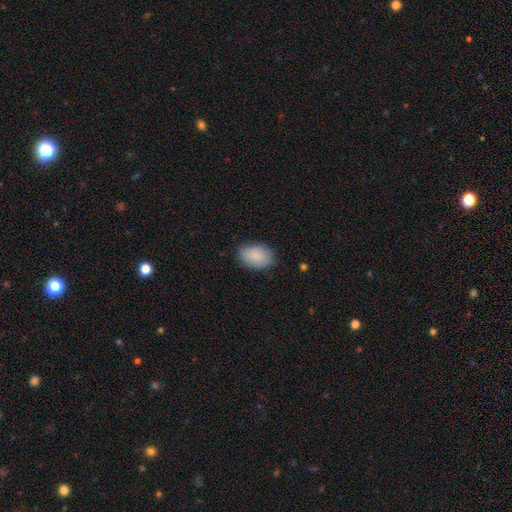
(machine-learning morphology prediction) Overall: smooth (88%). How rounded: in between (83%). Merging: none (79%).